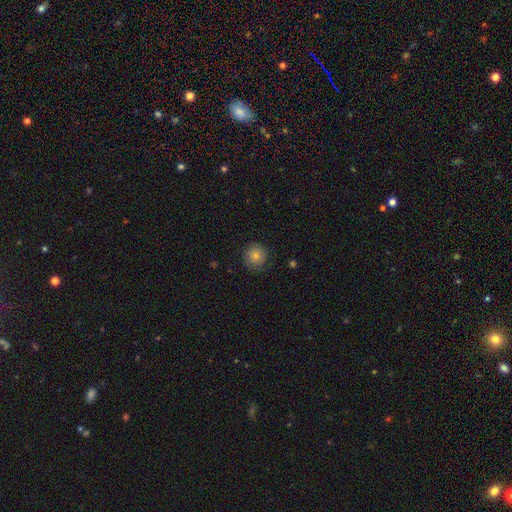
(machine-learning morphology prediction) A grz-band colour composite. It shows a smooth galaxy with no disk features (74%) that is round (93%). Merging: none (82%).